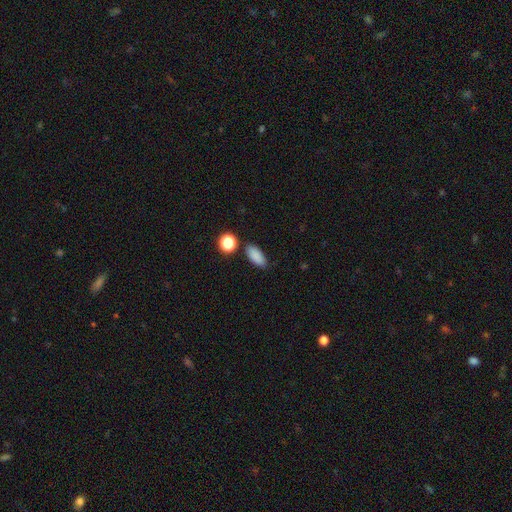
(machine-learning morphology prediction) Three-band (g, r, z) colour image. It shows a smooth galaxy with no disk features (86%) that is in between round and cigar-shaped (86%). Merging: none (82%).